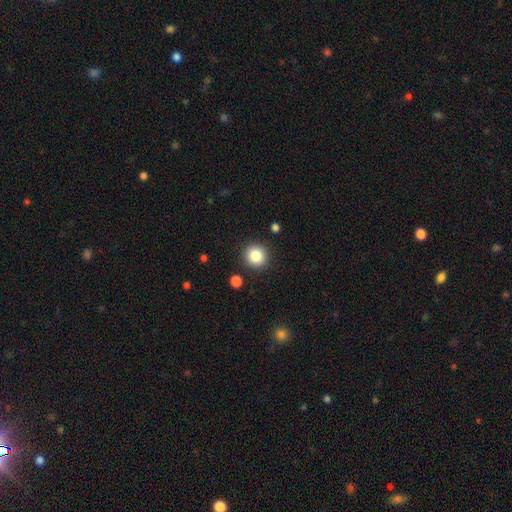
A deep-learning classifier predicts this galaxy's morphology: smooth-or-featured: smooth: 84% | star or artifact: 10% | featured or disk: 6%
  how-rounded: round: 93% | in between: 7% | cigar-shaped: 1%
  merging: none: 90% | minor disturbance: 6% | major disturbance: 2% | merger: 2%